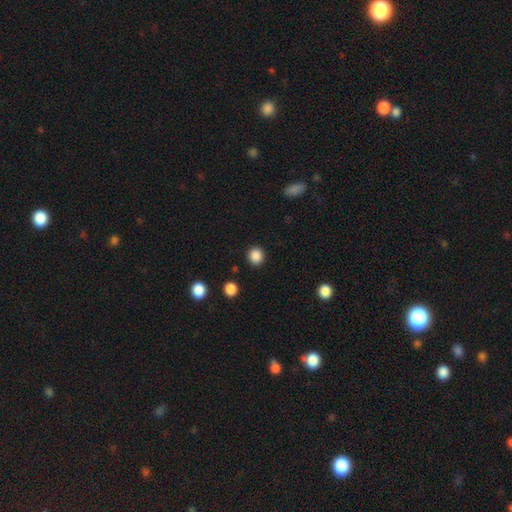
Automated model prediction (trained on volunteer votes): A smooth galaxy with no disk features (87%) that is round (88%).

Vote fractions:
- Smooth or featured? smooth: 87% / star or artifact: 10% / featured or disk: 3%
- How rounded? round: 88% / in between: 11% / cigar-shaped: 1%
- Merging? none: 90% / minor disturbance: 6% / major disturbance: 2% / merger: 2%